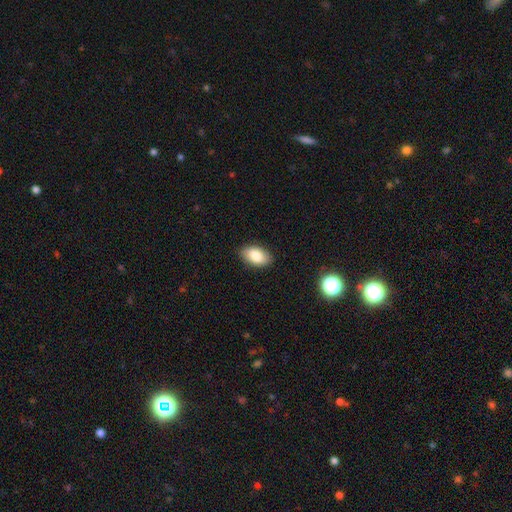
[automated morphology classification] Q: Smooth or featured?
A: smooth (84%); runner-up: featured or disk (9%)
Q: How rounded?
A: in between (93%); runner-up: round (5%)
Q: Merging?
A: none (88%); runner-up: minor disturbance (9%)